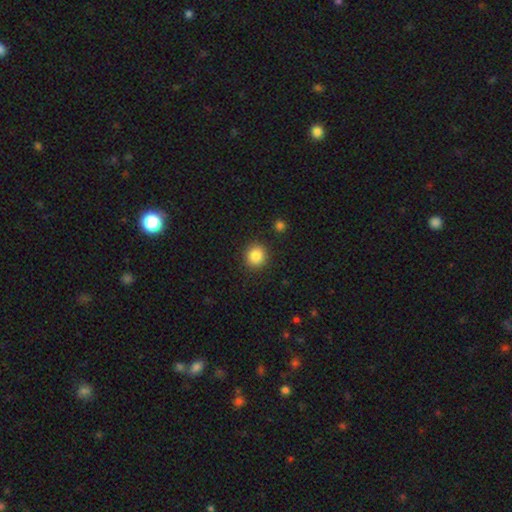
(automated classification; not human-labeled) smooth-or-featured: smooth: 86% | star or artifact: 9% | featured or disk: 5%
  how-rounded: round: 90% | in between: 9% | cigar-shaped: 1%
  merging: none: 90% | minor disturbance: 6% | major disturbance: 2% | merger: 2%